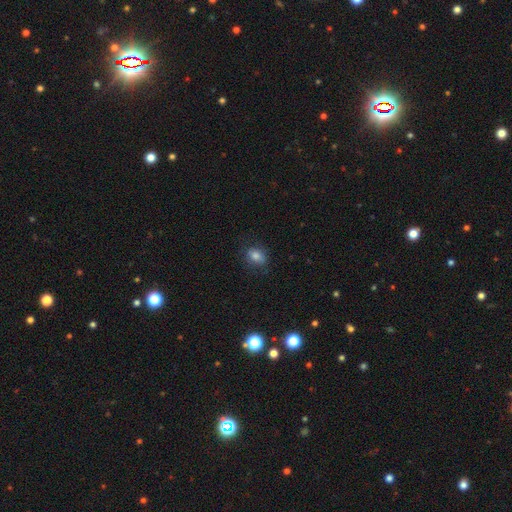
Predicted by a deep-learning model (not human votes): A smooth galaxy with no disk features (78%) that is in between round and cigar-shaped (66%). Merging: none (75%).